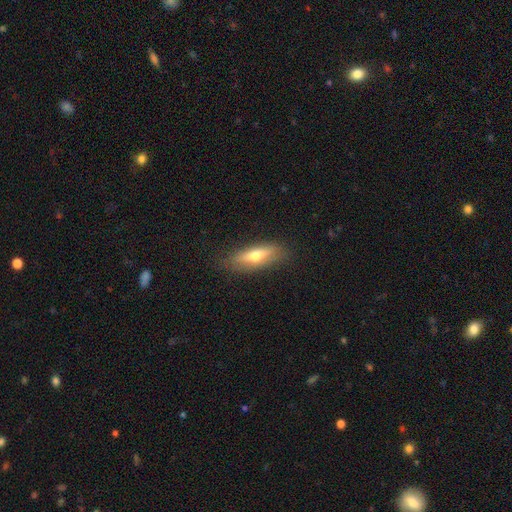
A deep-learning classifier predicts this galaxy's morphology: Overall: smooth (54%; featured or disk 40%). How rounded: cigar-shaped (55%; in between 42%). Merging: none (83%).